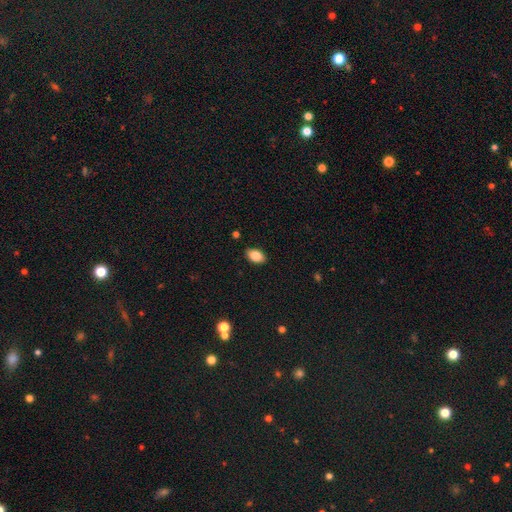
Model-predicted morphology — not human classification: smooth-or-featured: smooth: 84% | star or artifact: 8% | featured or disk: 8%
  how-rounded: in between: 90% | round: 8% | cigar-shaped: 1%
  merging: none: 89% | minor disturbance: 8% | major disturbance: 2% | merger: 1%